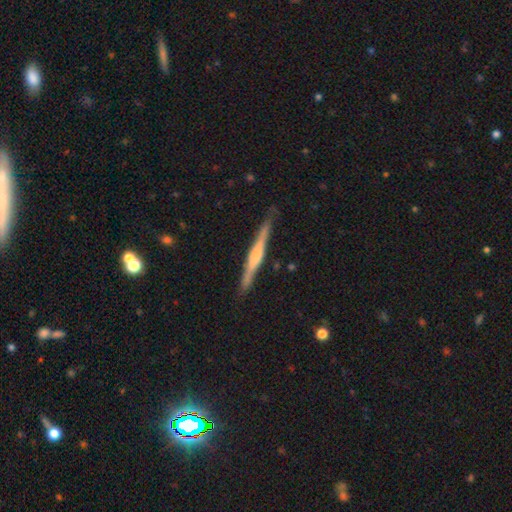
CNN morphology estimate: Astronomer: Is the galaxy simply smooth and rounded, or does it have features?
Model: featured or disk — 65%.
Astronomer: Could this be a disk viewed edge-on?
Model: yes — 98%.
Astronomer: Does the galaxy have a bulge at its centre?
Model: rounded — 43% (runner-up: boxy, 34%).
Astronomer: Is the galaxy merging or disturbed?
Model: none — 86%.